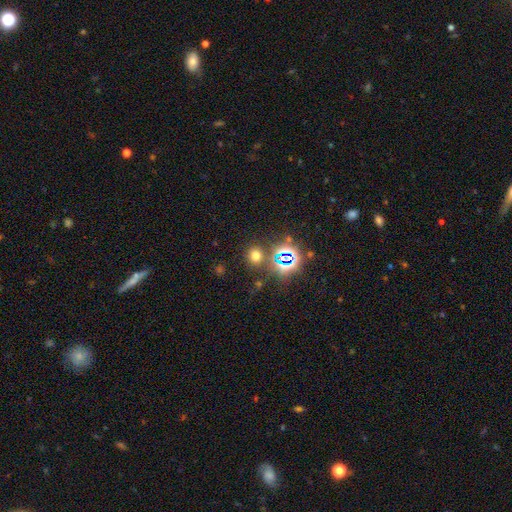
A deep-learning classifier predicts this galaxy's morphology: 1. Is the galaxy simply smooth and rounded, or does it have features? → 61% smooth, 33% star or artifact, 7% featured or disk.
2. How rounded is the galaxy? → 78% round, 21% in between, 1% cigar-shaped.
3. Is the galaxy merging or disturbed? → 81% none, 8% minor disturbance, 7% merger, 4% major disturbance.